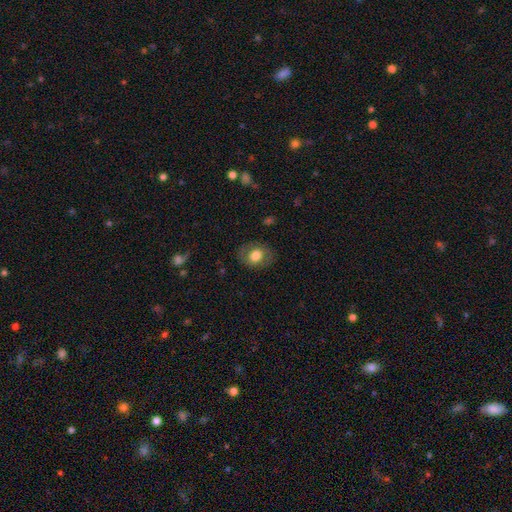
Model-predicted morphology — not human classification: The model was most divided on "how rounded": in between: 51%, round: 48%, cigar-shaped: 1%. More confident: merging — none (80%); smooth or featured — smooth (70%).